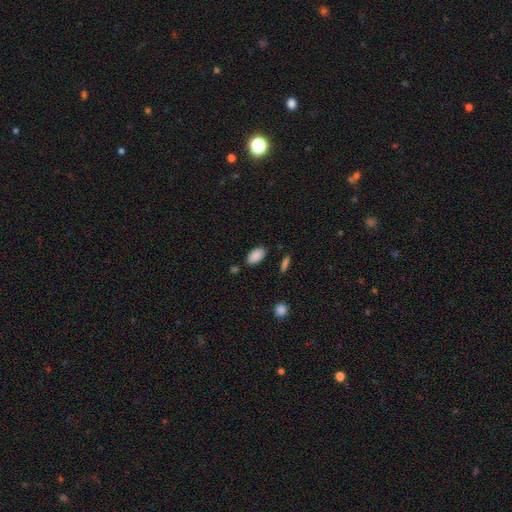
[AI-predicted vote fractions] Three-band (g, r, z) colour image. It shows a smooth galaxy with no disk features (89%) that is in between round and cigar-shaped (93%). Merging: none (82%).